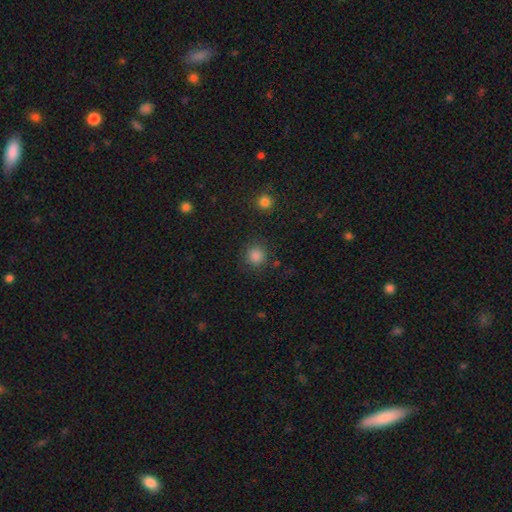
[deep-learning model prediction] The model was most divided on "smooth or featured": smooth: 84%, star or artifact: 12%, featured or disk: 4%. More confident: how rounded — round (93%); merging — none (86%).